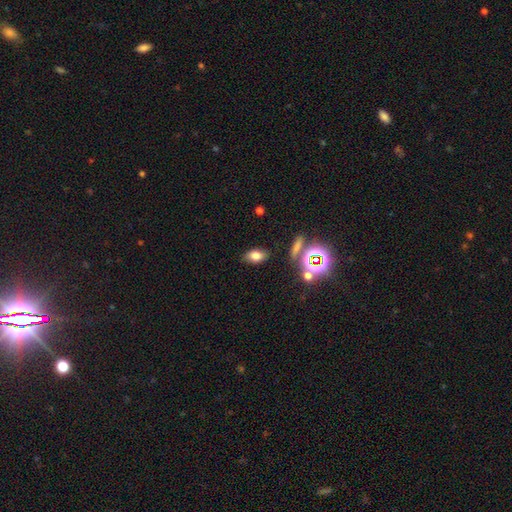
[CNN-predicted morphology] smooth-or-featured: smooth: 71% | star or artifact: 17% | featured or disk: 11%
  how-rounded: in between: 85% | round: 11% | cigar-shaped: 4%
  merging: none: 83% | minor disturbance: 10% | merger: 3% | major disturbance: 3%